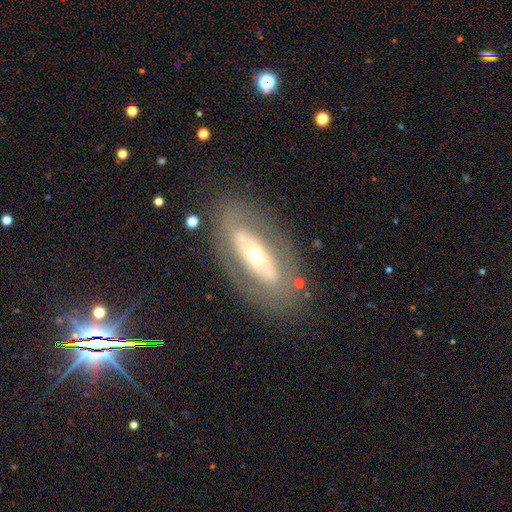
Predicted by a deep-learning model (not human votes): A featured or disk galaxy (64%) with no bar (76%), no spiral arms (80%) and a moderate central bulge (53%). Merging: none (79%).